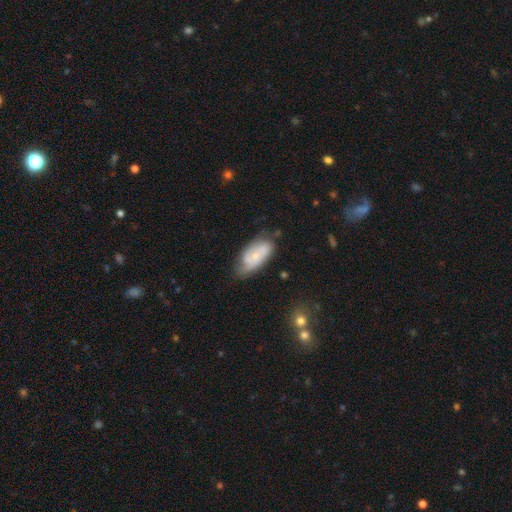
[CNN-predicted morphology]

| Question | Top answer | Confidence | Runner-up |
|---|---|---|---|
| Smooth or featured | featured or disk | 52% | smooth (42%) |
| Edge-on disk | no | 92% | yes (8%) |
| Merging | none | 57% | minor disturbance (30%) |